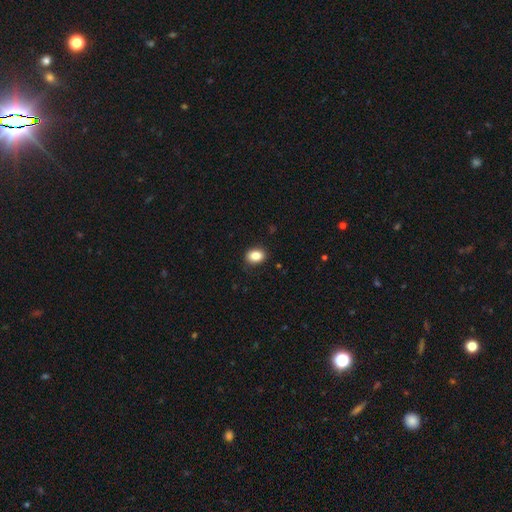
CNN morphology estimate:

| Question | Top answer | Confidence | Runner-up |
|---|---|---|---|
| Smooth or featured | smooth | 85% | star or artifact (9%) |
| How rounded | in between | 64% | round (35%) |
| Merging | none | 88% | minor disturbance (9%) |